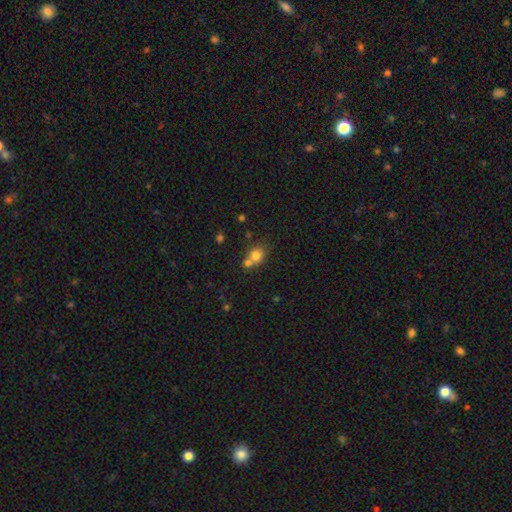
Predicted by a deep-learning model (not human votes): Smooth or featured? Predicted: smooth (p=0.76). How rounded? Predicted: round (p=0.68). Merging? Predicted: merger (p=0.47).